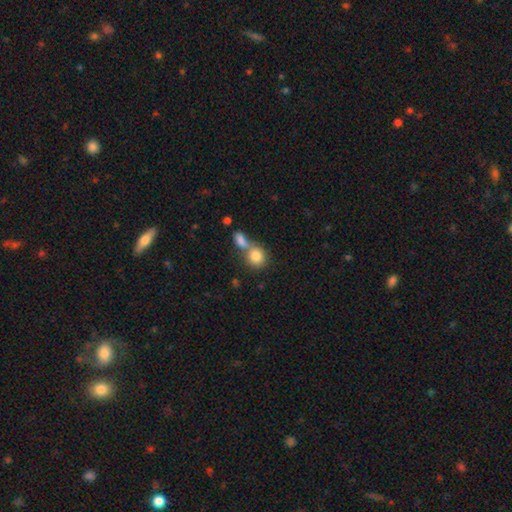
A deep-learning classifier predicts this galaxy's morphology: Overall: smooth (83%). How rounded: round (78%). Merging: merger (49%; none 39%).